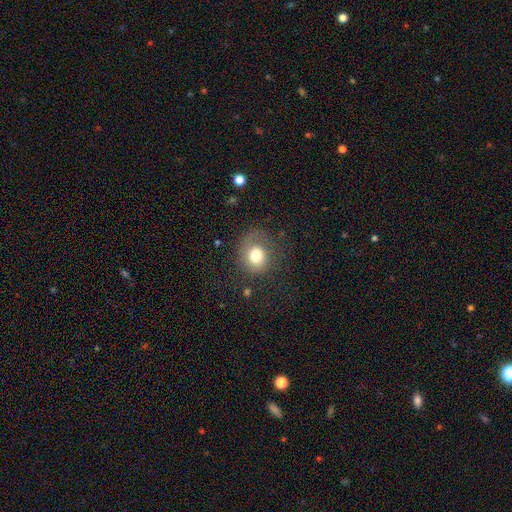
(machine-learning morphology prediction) Smooth or featured? smooth (71%)
How rounded? round (78%)
Merging? none (59%)